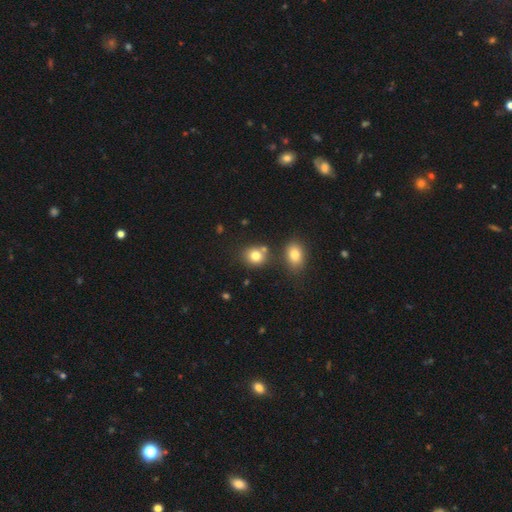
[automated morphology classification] smooth-or-featured: smooth: 80% | star or artifact: 11% | featured or disk: 8%
  how-rounded: round: 68% | in between: 31% | cigar-shaped: 1%
  merging: none: 68% | merger: 18% | minor disturbance: 11% | major disturbance: 3%